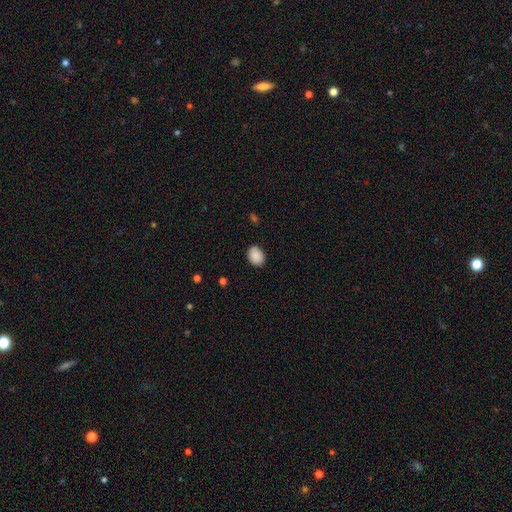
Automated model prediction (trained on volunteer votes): Smooth or featured? Predicted: smooth (p=0.89). How rounded? Predicted: in between (p=0.68). Merging? Predicted: none (p=0.84).